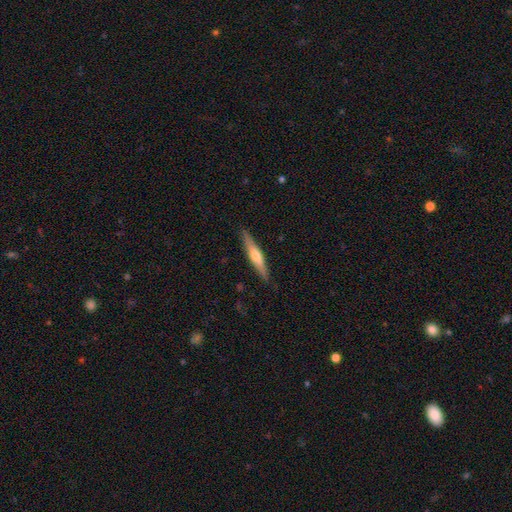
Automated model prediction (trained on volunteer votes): Smooth or featured? Predicted: featured or disk (p=0.52). Edge-on disk? Predicted: yes (p=0.94). Merging? Predicted: none (p=0.89).